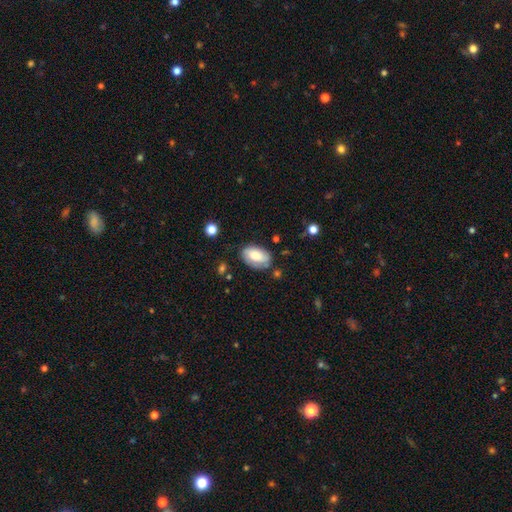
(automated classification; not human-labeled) Overall: smooth (71%). How rounded: in between (92%). Merging: none (67%).